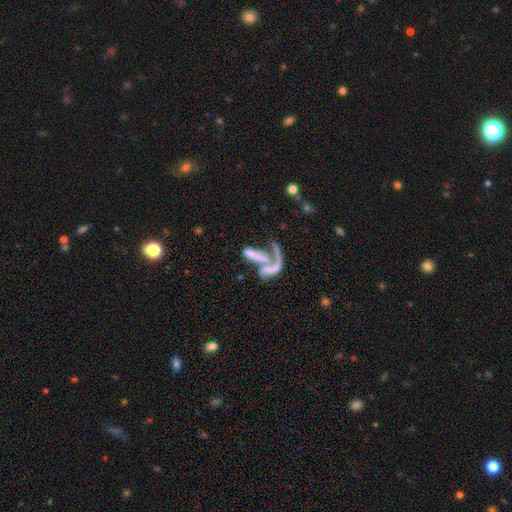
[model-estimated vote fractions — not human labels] This appears to be a featured or disk galaxy (58%) with no bar (70%), no spiral arms (61%) and no central bulge (62%). Merging: merger (47%).